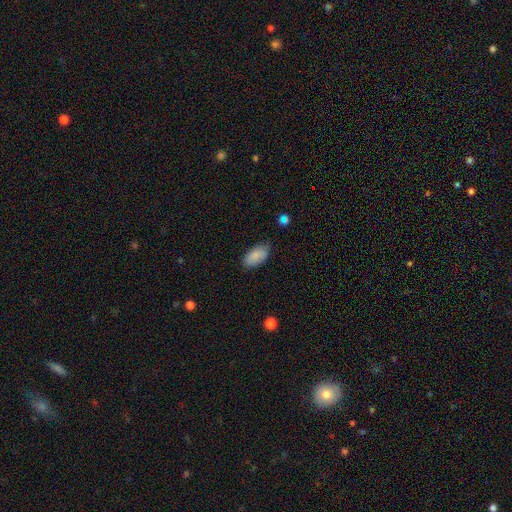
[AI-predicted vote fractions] Q: Smooth or featured?
A: smooth (86%); runner-up: star or artifact (7%)
Q: How rounded?
A: in between (94%); runner-up: cigar-shaped (4%)
Q: Merging?
A: none (73%); runner-up: minor disturbance (21%)